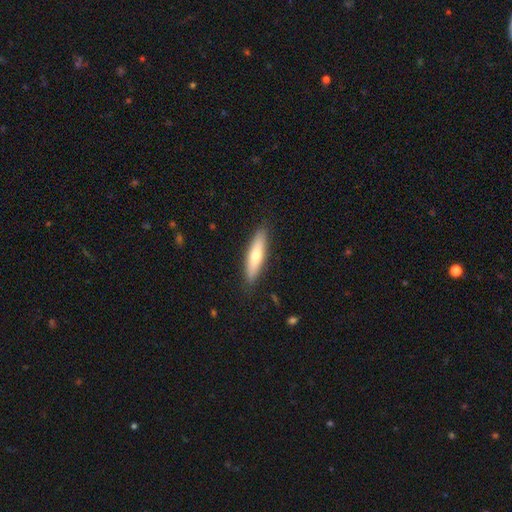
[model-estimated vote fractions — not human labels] This appears to be a smooth galaxy with no disk features (63%) that is cigar-shaped (73%). Merging: none (89%).